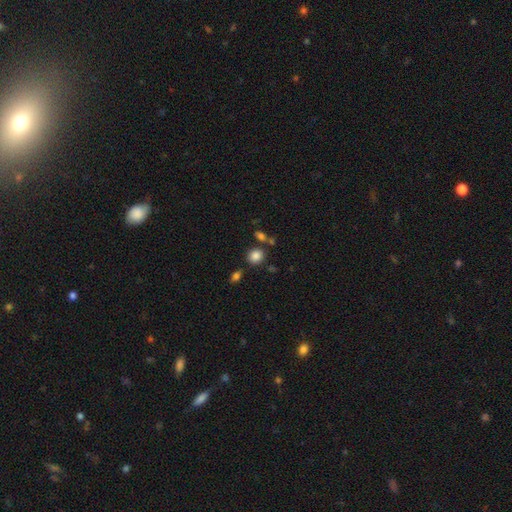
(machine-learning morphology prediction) This is clearly a smooth galaxy (85%). How rounded: likely round (73%). Merging: likely none (76%).